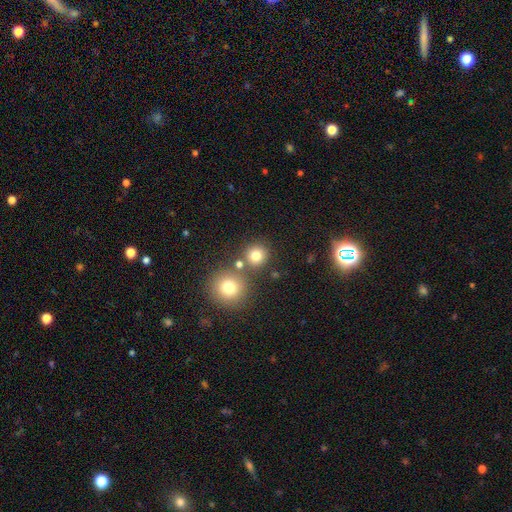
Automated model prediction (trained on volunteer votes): Q: Smooth or featured?
A: smooth (77%); runner-up: star or artifact (15%)
Q: How rounded?
A: round (91%); runner-up: in between (8%)
Q: Merging?
A: none (74%); runner-up: merger (16%)